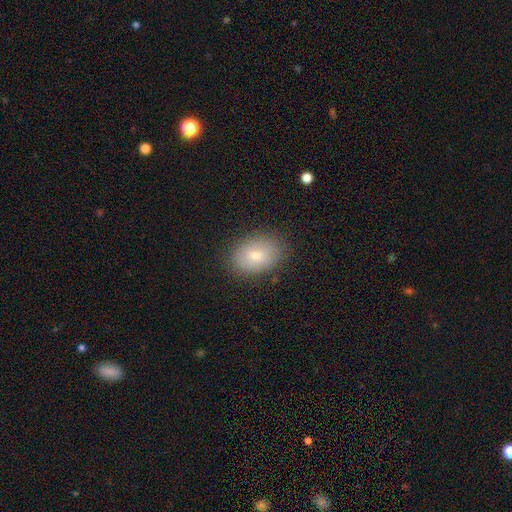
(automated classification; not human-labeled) This is likely a smooth galaxy (77%). How rounded: likely in between (78%). Merging: clearly none (83%).